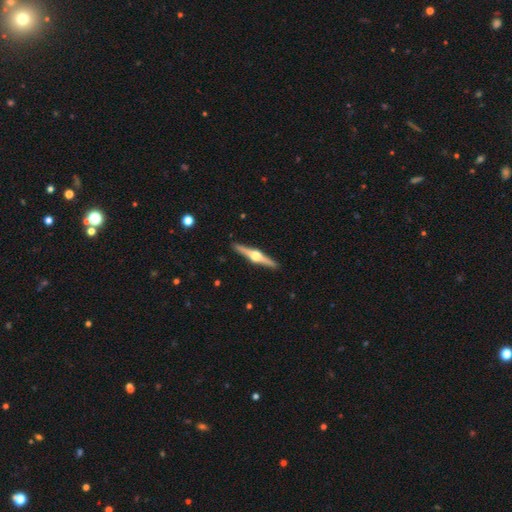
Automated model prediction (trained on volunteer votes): This is clearly a featured or disk galaxy (83%). It is clearly viewed edge-on (99%). Edge-on bulge: clearly rounded (97%). Merging: clearly none (92%).